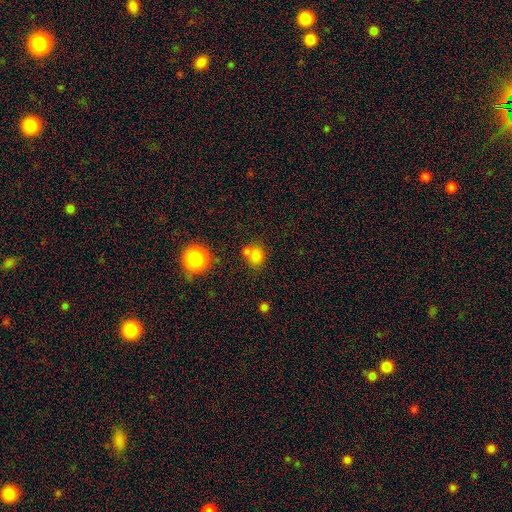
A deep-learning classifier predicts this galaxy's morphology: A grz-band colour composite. It shows a smooth galaxy with no disk features (77%) that is round (73%). Merging: none (55%).